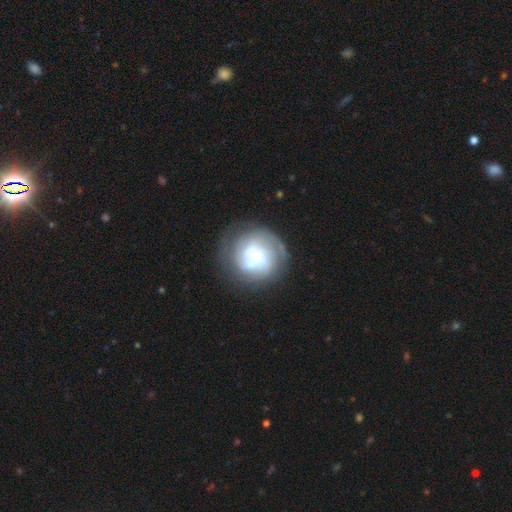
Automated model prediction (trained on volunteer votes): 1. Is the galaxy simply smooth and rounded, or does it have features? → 69% featured or disk, 23% smooth, 7% star or artifact.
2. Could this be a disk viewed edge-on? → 98% no, 2% yes.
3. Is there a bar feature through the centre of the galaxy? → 65% no, 29% weak, 6% strong.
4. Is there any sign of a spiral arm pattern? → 85% yes, 15% no.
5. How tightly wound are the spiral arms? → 59% tight, 29% medium, 12% loose.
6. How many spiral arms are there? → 38% can't tell, 28% 2, 17% 3, 7% 4, 6% 1, 4% more than 4.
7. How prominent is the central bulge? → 54% small, 34% moderate, 7% large, 3% none, 2% dominant.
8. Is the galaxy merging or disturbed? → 70% none, 15% minor disturbance, 10% major disturbance, 5% merger.